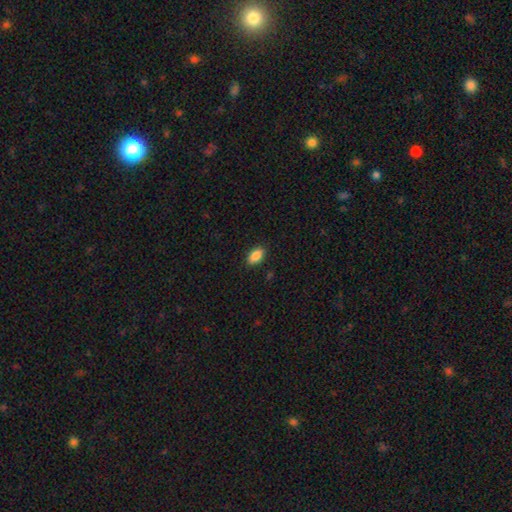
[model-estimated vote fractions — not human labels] This appears to be a smooth galaxy with no disk features (88%) that is in between round and cigar-shaped (91%). Merging: none (88%).